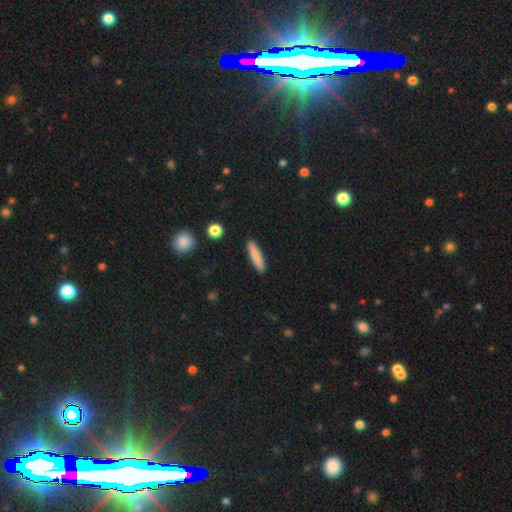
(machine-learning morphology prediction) Smooth or featured? smooth (81%)
How rounded? cigar-shaped (90%)
Merging? none (91%)